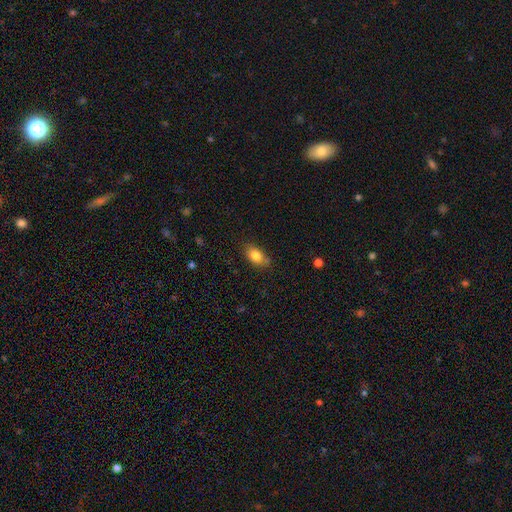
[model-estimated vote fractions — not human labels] A smooth galaxy with no disk features (83%) that is in between round and cigar-shaped (86%). Merging: none (75%).